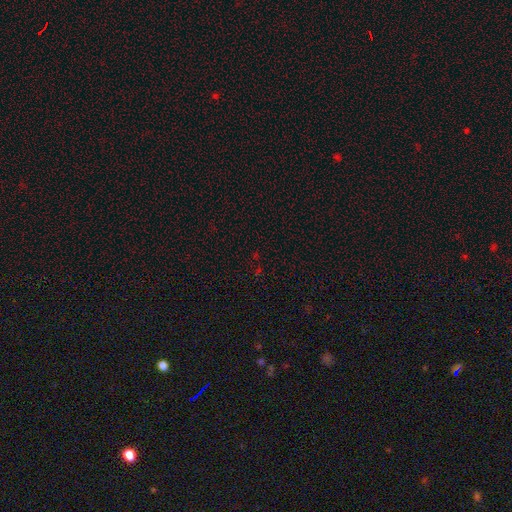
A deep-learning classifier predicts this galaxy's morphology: star or artifact 67%, smooth 25%, featured or disk 8%.